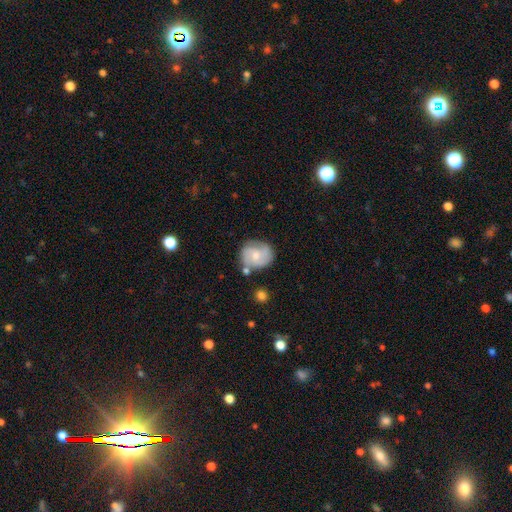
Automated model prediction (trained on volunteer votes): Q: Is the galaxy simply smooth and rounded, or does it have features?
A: featured or disk — 53%.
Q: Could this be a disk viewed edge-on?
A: no — 97%.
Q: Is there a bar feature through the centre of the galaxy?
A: no — 67%.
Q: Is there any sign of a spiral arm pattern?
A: yes — 82%.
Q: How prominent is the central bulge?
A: moderate — 49%.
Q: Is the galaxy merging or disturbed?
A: none — 64%.